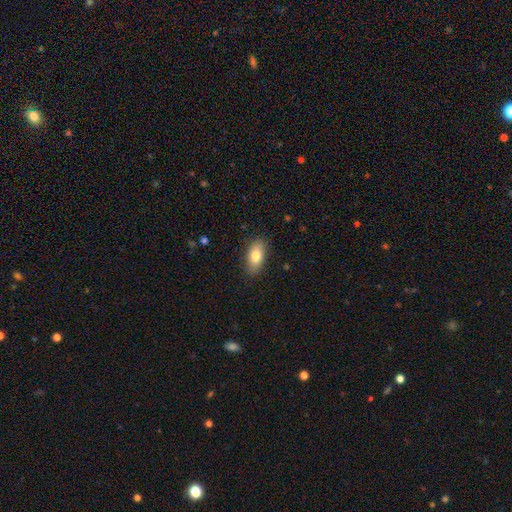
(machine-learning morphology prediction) Overall: smooth (81%). How rounded: in between (88%). Merging: none (86%).